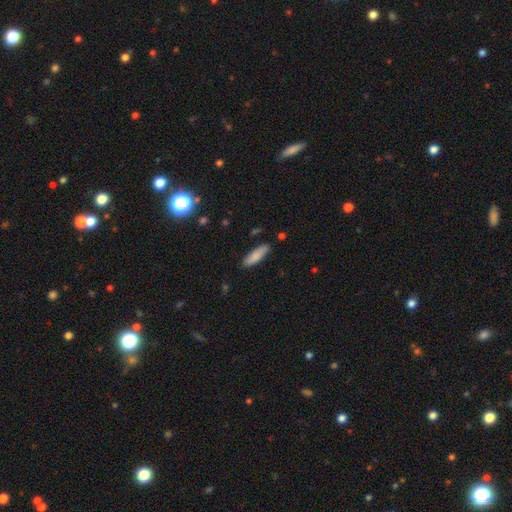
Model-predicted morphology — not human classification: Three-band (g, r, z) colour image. It shows a smooth galaxy with no disk features (84%) that is cigar-shaped (57%). Merging: none (86%).